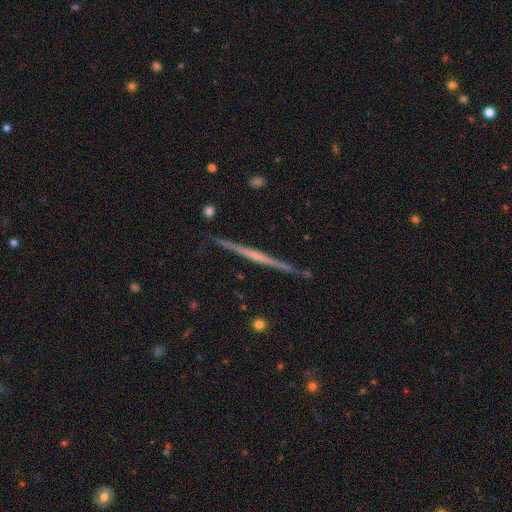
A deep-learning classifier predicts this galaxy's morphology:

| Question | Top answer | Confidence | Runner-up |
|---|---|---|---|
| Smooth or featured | featured or disk | 76% | smooth (18%) |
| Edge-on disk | yes | 98% | no (2%) |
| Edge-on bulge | none | 60% | rounded (32%) |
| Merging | none | 92% | minor disturbance (6%) |